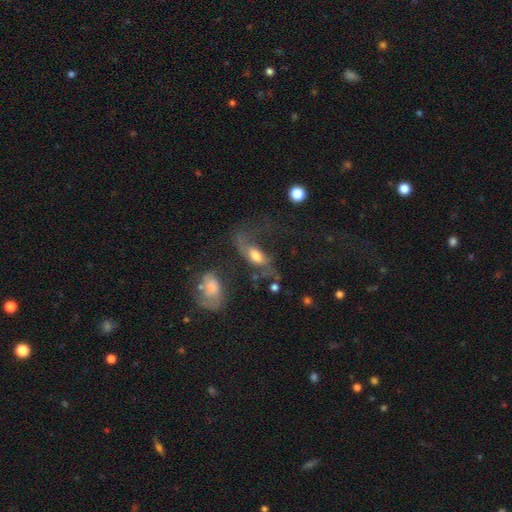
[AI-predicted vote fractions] A featured or disk galaxy (51%). Merging: major disturbance (38%).